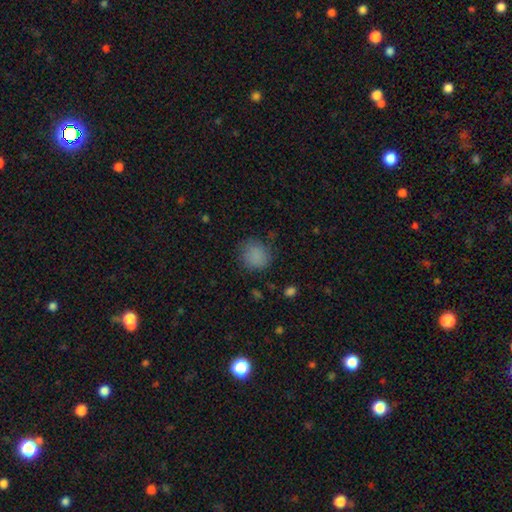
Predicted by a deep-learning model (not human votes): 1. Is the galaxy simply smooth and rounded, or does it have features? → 84% smooth, 10% star or artifact, 6% featured or disk.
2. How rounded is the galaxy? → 83% round, 16% in between, 1% cigar-shaped.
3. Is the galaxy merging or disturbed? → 75% none, 17% minor disturbance, 6% major disturbance, 1% merger.